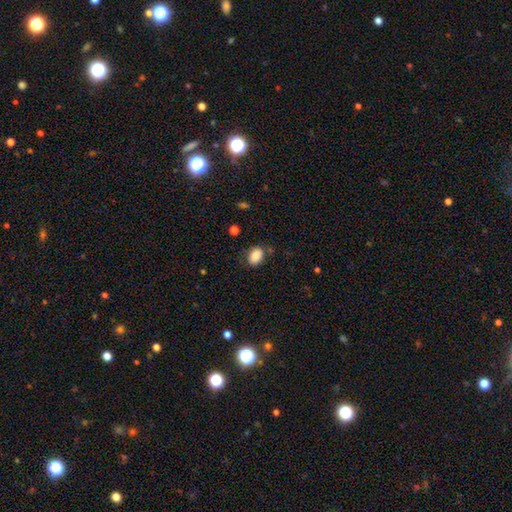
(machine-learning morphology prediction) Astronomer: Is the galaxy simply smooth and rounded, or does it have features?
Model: smooth — 82%.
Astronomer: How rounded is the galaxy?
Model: in between — 72%.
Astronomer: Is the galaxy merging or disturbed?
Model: none — 73%.